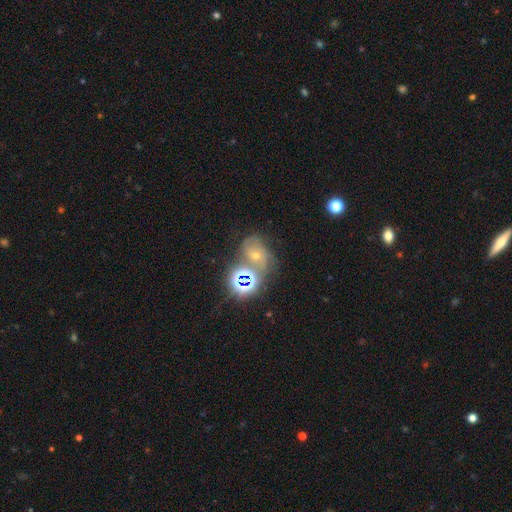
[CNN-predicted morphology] star or artifact 44%, featured or disk 37%, smooth 19%.